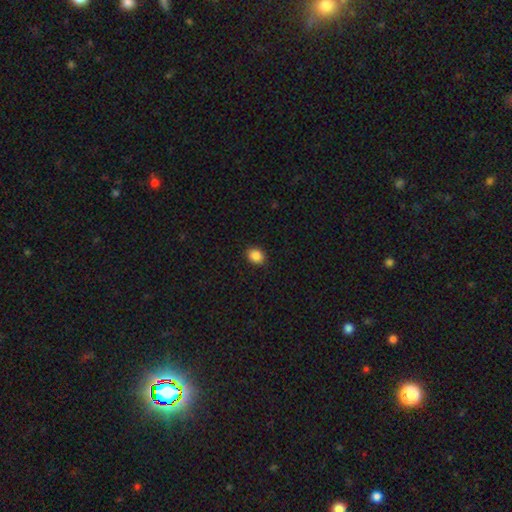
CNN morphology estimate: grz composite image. It shows a smooth galaxy with no disk features (87%) that is round (55%). Merging: none (89%).